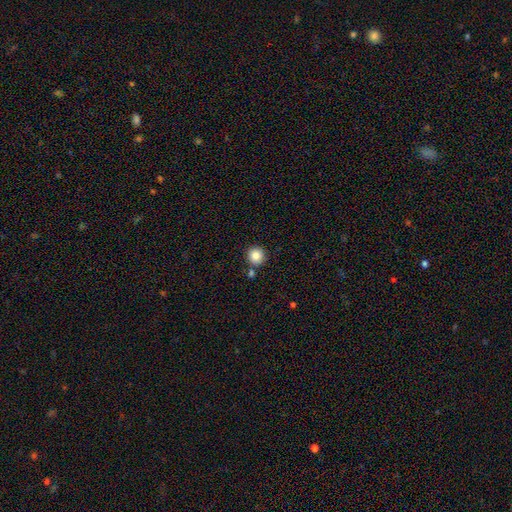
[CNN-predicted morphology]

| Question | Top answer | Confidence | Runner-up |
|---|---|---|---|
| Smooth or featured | smooth | 86% | star or artifact (10%) |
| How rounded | round | 94% | in between (5%) |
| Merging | none | 83% | merger (8%) |